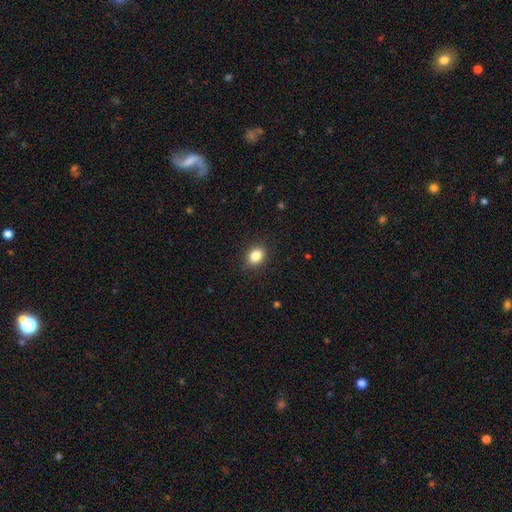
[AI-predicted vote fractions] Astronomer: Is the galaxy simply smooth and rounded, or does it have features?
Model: smooth — 84%.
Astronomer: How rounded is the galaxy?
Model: in between — 53% (runner-up: round, 46%).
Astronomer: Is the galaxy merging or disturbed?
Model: none — 88%.